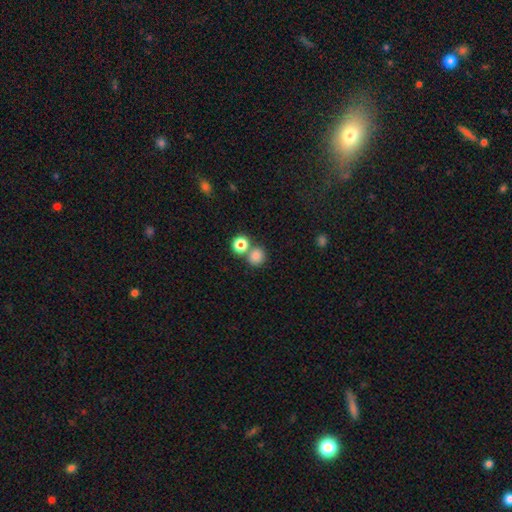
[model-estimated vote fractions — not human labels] Smooth or featured? smooth (82%)
How rounded? round (85%)
Merging? none (59%)